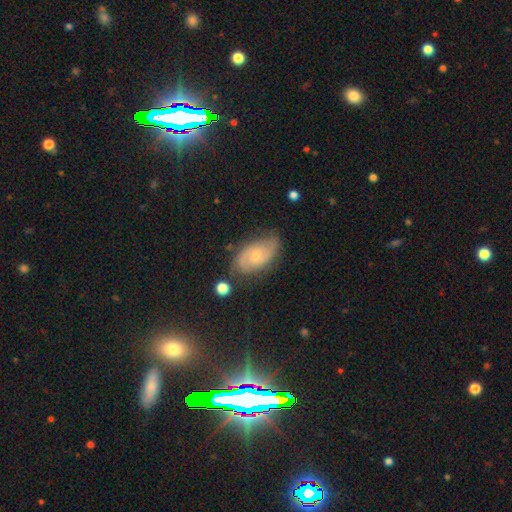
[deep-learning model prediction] Smooth or featured? Predicted: featured or disk (p=0.70). Edge-on disk? Predicted: no (p=0.96). Bar? Predicted: no (p=0.55). Spiral arms? Predicted: yes (p=0.93). Spiral winding? Predicted: medium (p=0.46). Spiral arm count? Predicted: 2 (p=0.81). Bulge size? Predicted: small (p=0.63). Merging? Predicted: none (p=0.71).